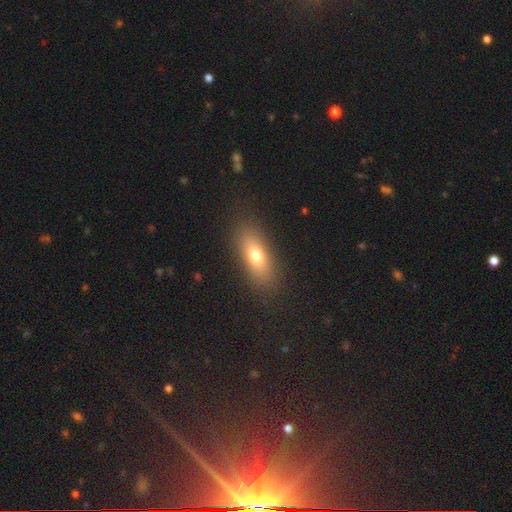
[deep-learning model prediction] A smooth galaxy with no disk features (71%) that is in between round and cigar-shaped (69%). Merging: none (86%).